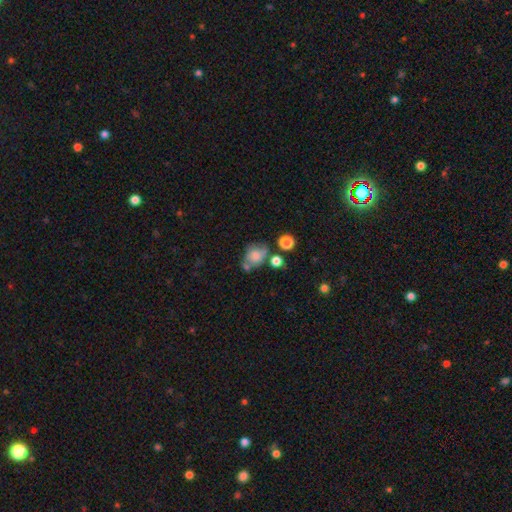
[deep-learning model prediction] The model was most divided on "merging": none: 41%, minor disturbance: 25%, merger: 21%, major disturbance: 13%. More confident: smooth or featured — smooth (61%); how rounded — in between (61%).